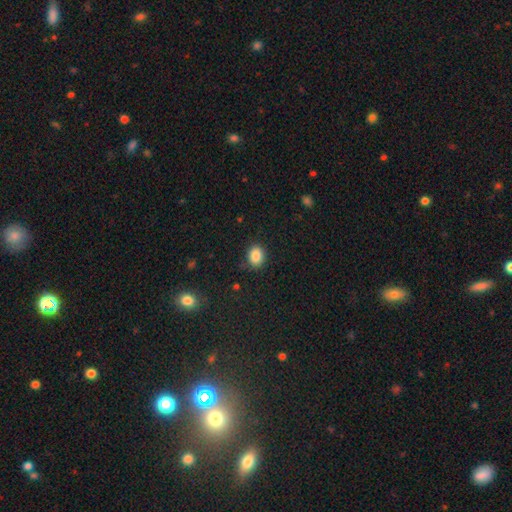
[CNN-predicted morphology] Smooth or featured? Predicted: smooth (p=0.86). How rounded? Predicted: round (p=0.53). Merging? Predicted: none (p=0.84).